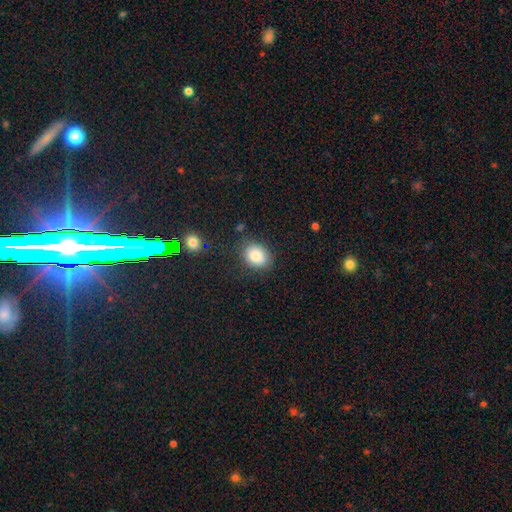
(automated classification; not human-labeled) This appears to be a smooth galaxy with no disk features (83%) that is in between round and cigar-shaped (53%). Merging: none (80%).